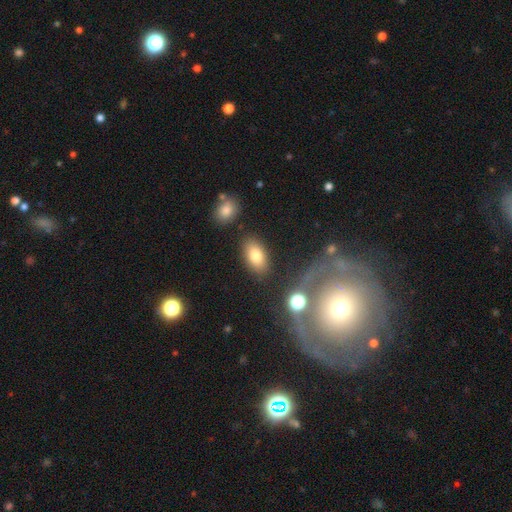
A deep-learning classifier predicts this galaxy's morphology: A smooth galaxy with no disk features (81%) that is in between round and cigar-shaped (91%).

Vote fractions:
- Smooth or featured? smooth: 81% / featured or disk: 11% / star or artifact: 8%
- How rounded? in between: 91% / round: 7% / cigar-shaped: 3%
- Merging? none: 82% / minor disturbance: 11% / merger: 4% / major disturbance: 3%